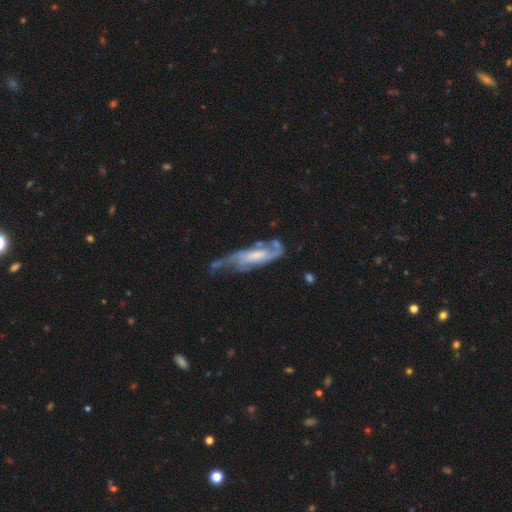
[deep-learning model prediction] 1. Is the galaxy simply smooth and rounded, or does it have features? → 76% featured or disk, 18% smooth, 6% star or artifact.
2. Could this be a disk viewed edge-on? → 83% no, 17% yes.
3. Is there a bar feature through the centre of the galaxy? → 47% no, 39% weak, 14% strong.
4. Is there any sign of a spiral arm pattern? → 87% yes, 13% no.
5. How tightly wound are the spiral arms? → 43% medium, 30% loose, 27% tight.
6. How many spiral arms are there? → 56% 2, 25% can't tell, 8% 3, 6% 1, 3% 4, 2% more than 4.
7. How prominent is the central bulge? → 37% moderate, 35% small, 17% none, 9% large, 2% dominant.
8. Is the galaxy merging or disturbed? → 36% none, 27% major disturbance, 27% minor disturbance, 9% merger.